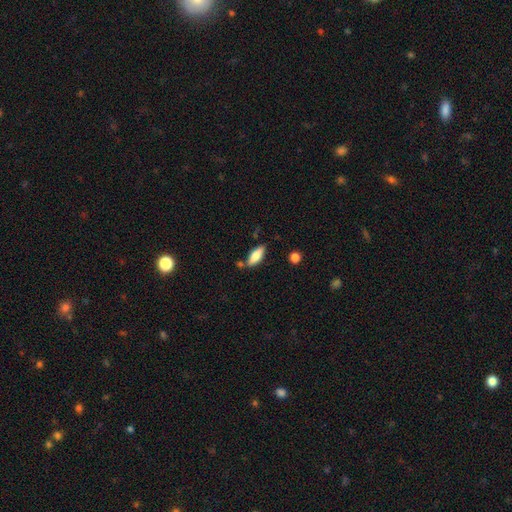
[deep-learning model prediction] Q: Smooth or featured?
A: smooth (77%); runner-up: featured or disk (17%)
Q: How rounded?
A: in between (72%); runner-up: cigar-shaped (25%)
Q: Merging?
A: none (74%); runner-up: minor disturbance (15%)